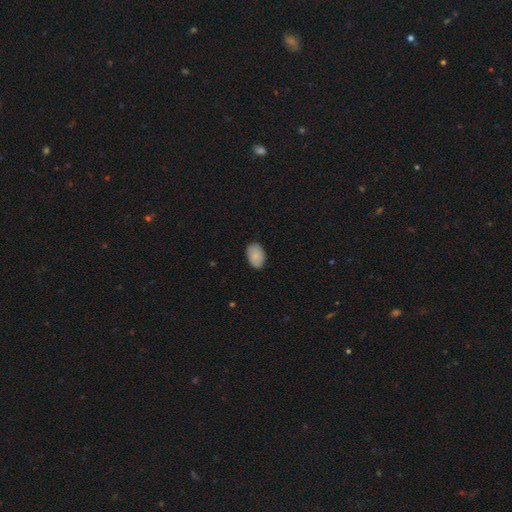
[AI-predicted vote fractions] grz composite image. It shows a smooth galaxy with no disk features (84%) that is in between round and cigar-shaped (88%). Merging: none (84%).